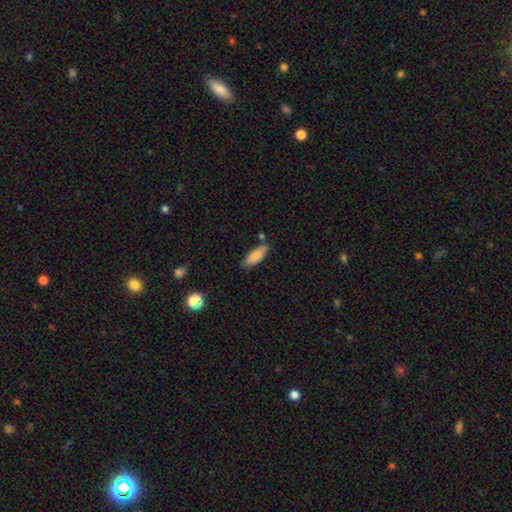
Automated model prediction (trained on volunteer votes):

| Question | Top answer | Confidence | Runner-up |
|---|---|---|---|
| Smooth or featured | smooth | 85% | featured or disk (8%) |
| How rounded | in between | 72% | cigar-shaped (26%) |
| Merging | none | 71% | minor disturbance (18%) |